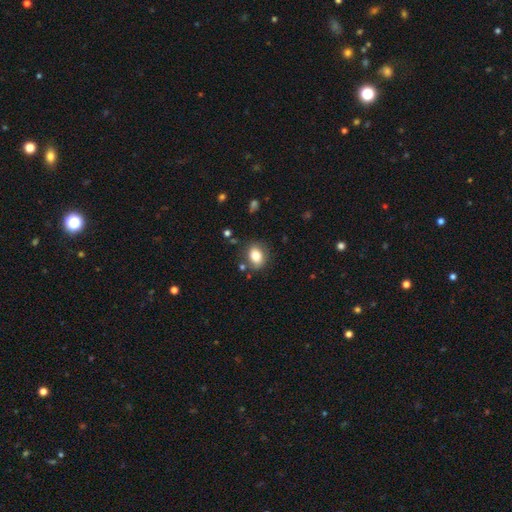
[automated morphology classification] smooth_or_featured: smooth (p=0.80) [alt: featured or disk p=0.11]
how_rounded: in between (p=0.65) [alt: round p=0.34]
merging: none (p=0.80) [alt: minor disturbance p=0.13]